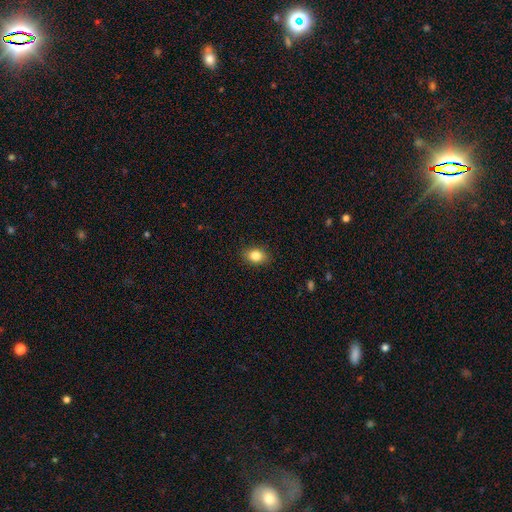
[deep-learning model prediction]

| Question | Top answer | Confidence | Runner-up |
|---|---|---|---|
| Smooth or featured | smooth | 85% | star or artifact (9%) |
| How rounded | in between | 74% | round (25%) |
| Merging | none | 88% | minor disturbance (9%) |